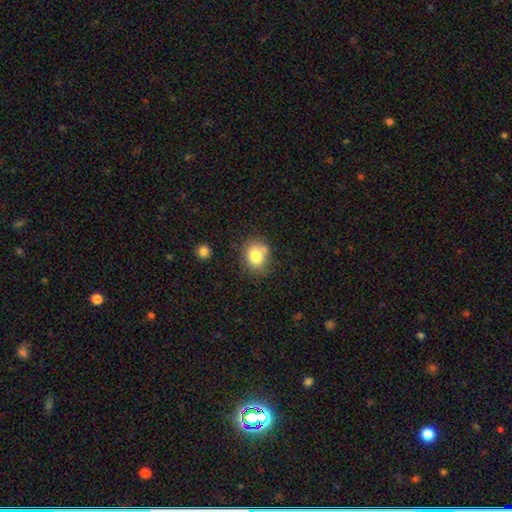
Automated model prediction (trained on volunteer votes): smooth-or-featured: smooth: 80% | featured or disk: 11% | star or artifact: 10%
  how-rounded: round: 64% | in between: 35% | cigar-shaped: 1%
  merging: none: 68% | minor disturbance: 20% | merger: 8% | major disturbance: 5%